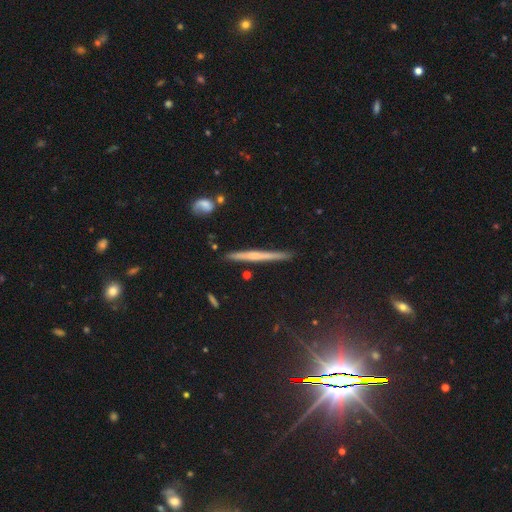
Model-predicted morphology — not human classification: This is possibly a featured or disk galaxy (56%). It is clearly viewed edge-on (97%). Edge-on bulge: likely none (69%). Merging: clearly none (90%).